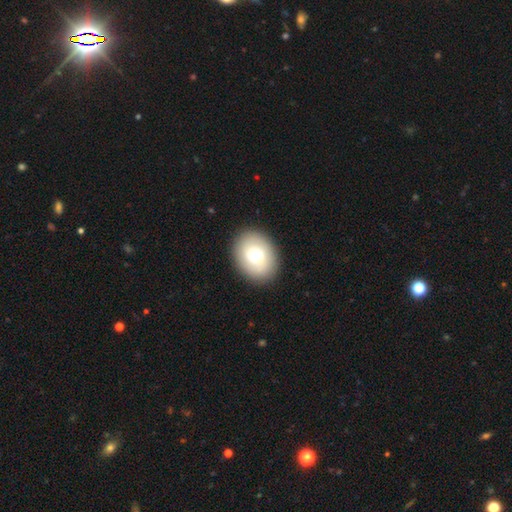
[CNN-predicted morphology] This appears to be a smooth galaxy with no disk features (74%) that is in between round and cigar-shaped (60%). Merging: none (89%).